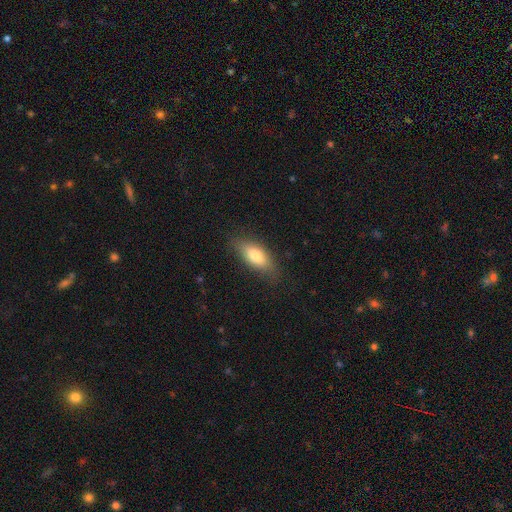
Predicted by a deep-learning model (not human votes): Smooth or featured? smooth (75%)
How rounded? in between (79%)
Merging? none (80%)